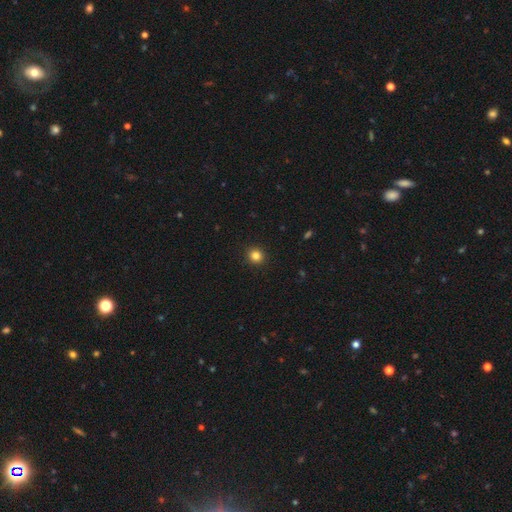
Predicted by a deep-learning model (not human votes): The model was most divided on "smooth or featured": smooth: 83%, star or artifact: 12%, featured or disk: 4%. More confident: merging — none (92%); how rounded — round (89%).